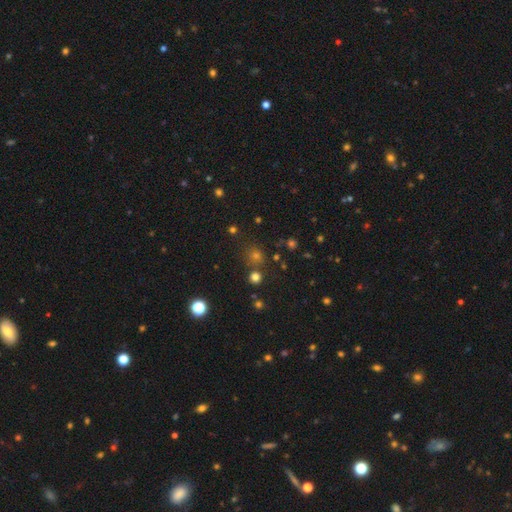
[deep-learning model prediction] Smooth or featured?
  - smooth: 56% *
  - star or artifact: 37%
  - featured or disk: 7%
How rounded?
  - round: 88% *
  - in between: 11%
  - cigar-shaped: 1%
Merging?
  - none: 79% *
  - merger: 9%
  - minor disturbance: 8%
  - major disturbance: 4%